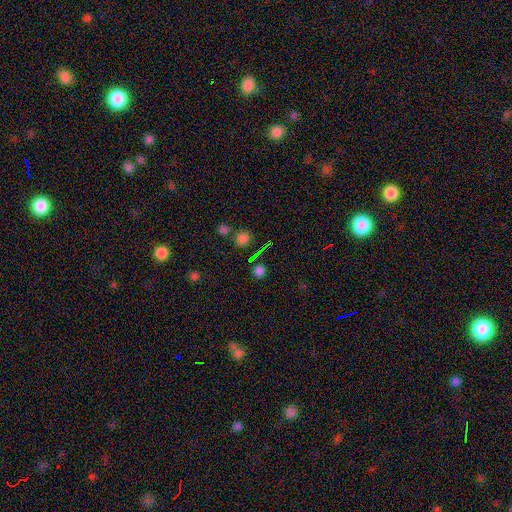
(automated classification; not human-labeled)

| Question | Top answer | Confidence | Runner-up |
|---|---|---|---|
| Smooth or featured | smooth | 51% | star or artifact (41%) |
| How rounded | round | 87% | in between (8%) |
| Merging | none | 83% | minor disturbance (8%) |